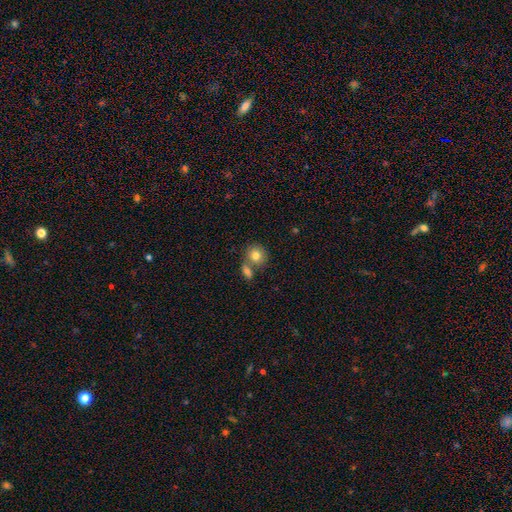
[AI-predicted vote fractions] Overall: smooth (80%). How rounded: round (81%). Merging: none (55%; merger 33%).